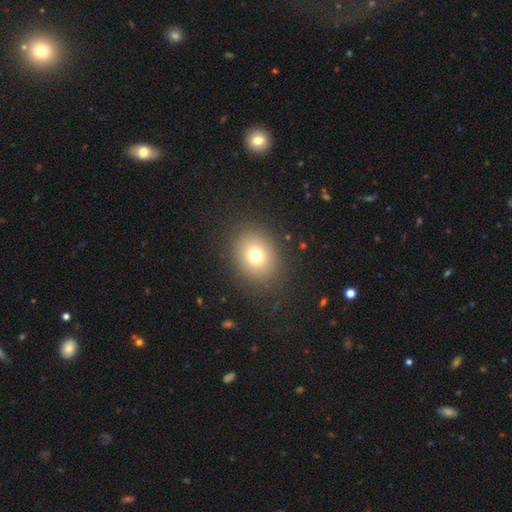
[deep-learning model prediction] Smooth or featured? Predicted: smooth (p=0.74). How rounded? Predicted: round (p=0.57). Merging? Predicted: none (p=0.86).